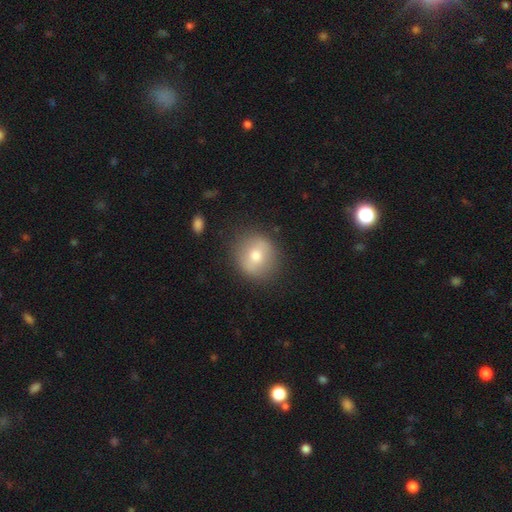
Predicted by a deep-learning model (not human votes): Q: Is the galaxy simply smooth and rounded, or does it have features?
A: smooth — 62%.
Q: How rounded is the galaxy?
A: round — 86%.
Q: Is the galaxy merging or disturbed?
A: none — 85%.